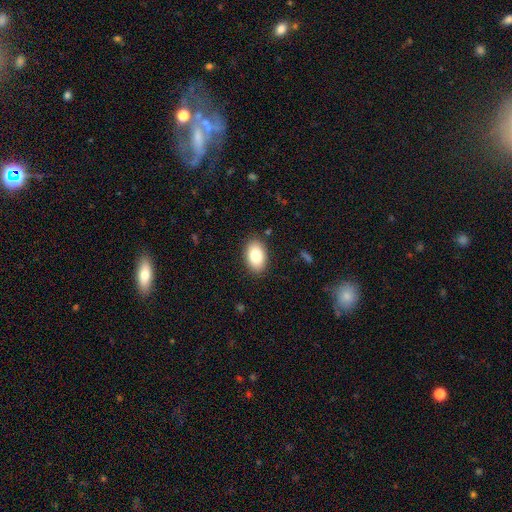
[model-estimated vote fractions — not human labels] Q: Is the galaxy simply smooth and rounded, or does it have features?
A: smooth — 84%.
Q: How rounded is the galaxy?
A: in between — 90%.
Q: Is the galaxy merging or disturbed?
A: none — 87%.